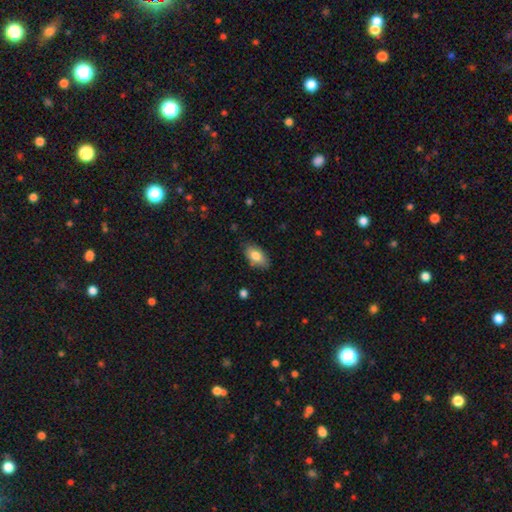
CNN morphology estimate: Smooth or featured? smooth (81%)
How rounded? in between (92%)
Merging? none (82%)